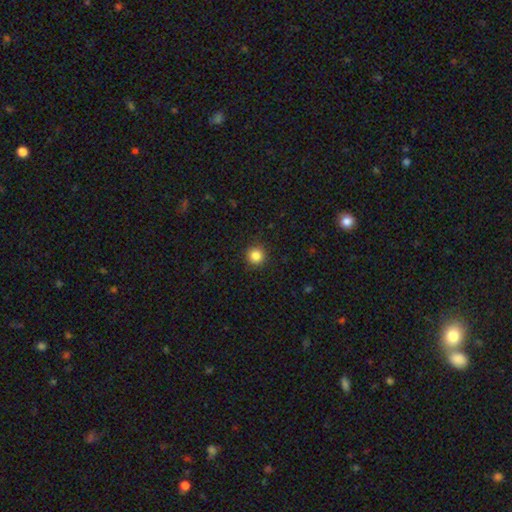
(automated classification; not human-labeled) Overall: smooth (84%). How rounded: round (95%). Merging: none (92%).